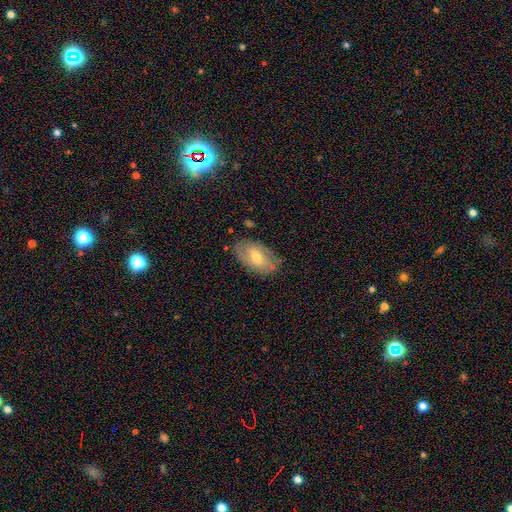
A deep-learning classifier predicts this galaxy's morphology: Smooth or featured?
  - smooth: 49% *
  - featured or disk: 42%
  - star or artifact: 9%
Merging?
  - none: 76% *
  - minor disturbance: 18%
  - major disturbance: 4%
  - merger: 2%